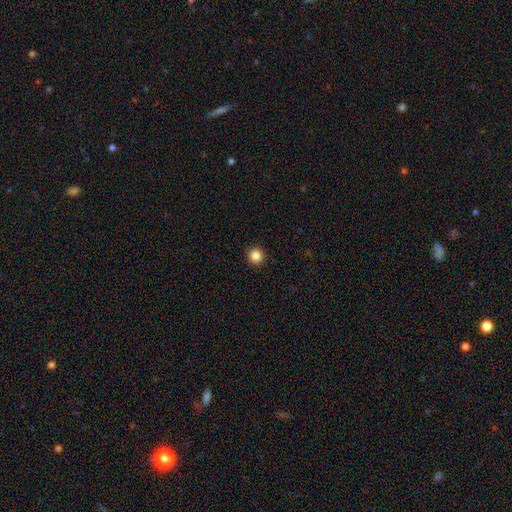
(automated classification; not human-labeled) Smooth or featured? smooth (86%)
How rounded? round (94%)
Merging? none (93%)